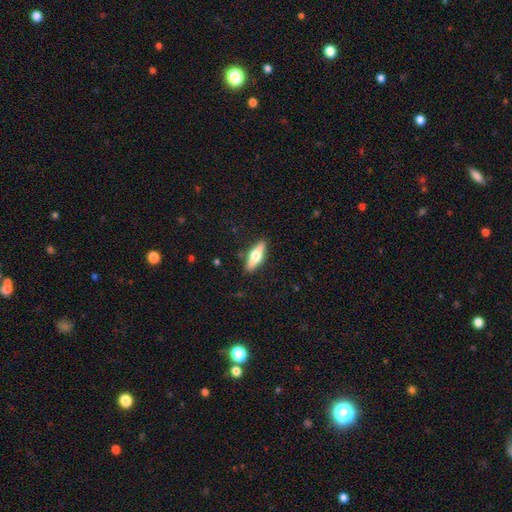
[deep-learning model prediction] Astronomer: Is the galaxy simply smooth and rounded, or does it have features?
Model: smooth — 49% (runner-up: featured or disk, 45%).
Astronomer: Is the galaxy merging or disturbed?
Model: none — 88%.